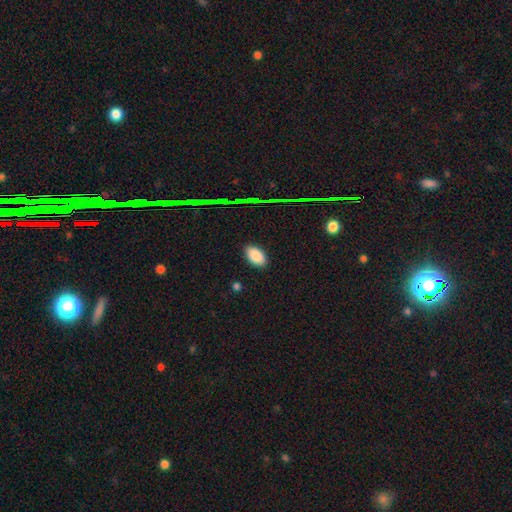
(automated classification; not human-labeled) Smooth or featured: smooth — 87% (star or artifact — 8%)
How rounded: in between — 94% (round — 4%)
Merging: none — 88% (minor disturbance — 9%)